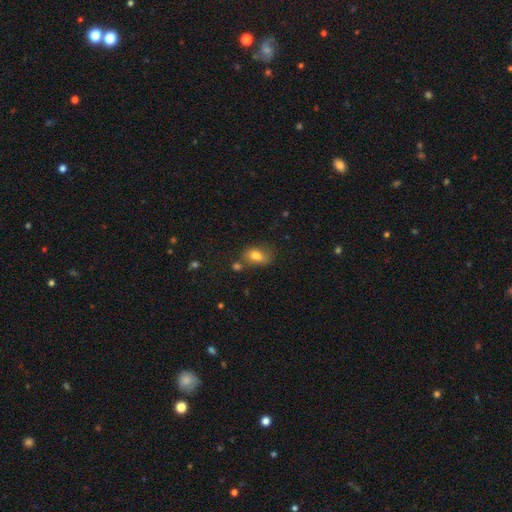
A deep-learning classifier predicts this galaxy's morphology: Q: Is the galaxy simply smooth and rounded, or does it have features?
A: smooth — 77%.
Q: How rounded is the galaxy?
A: in between — 78%.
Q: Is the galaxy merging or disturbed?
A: none — 52%.